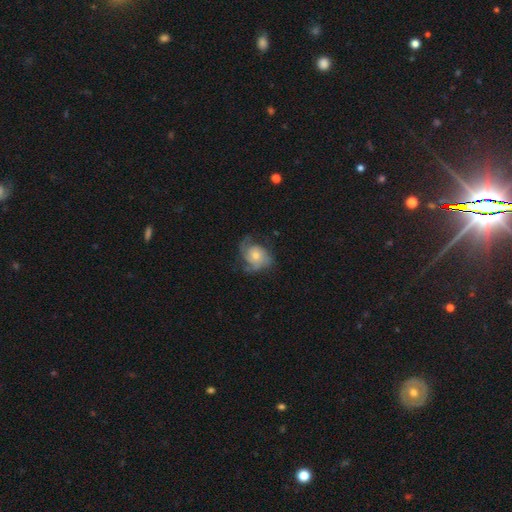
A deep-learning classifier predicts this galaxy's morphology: A featured or disk galaxy (72%) with no bar (79%), 3 (32%) medium (41%) spiral arms (91%) and a moderate central bulge (50%). Merging: none (58%).